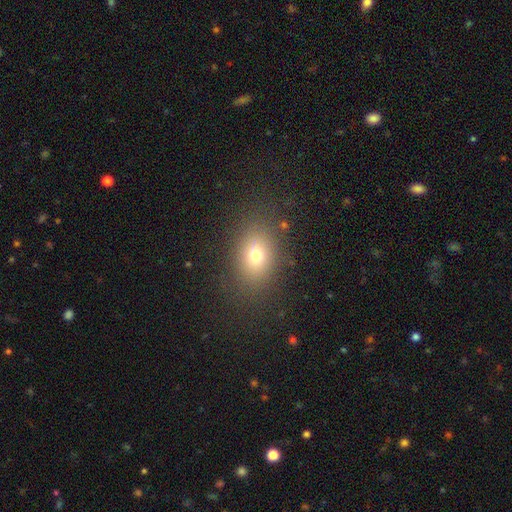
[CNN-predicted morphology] Smooth or featured: smooth — 72% (star or artifact — 15%)
How rounded: in between — 65% (round — 34%)
Merging: none — 82% (minor disturbance — 11%)